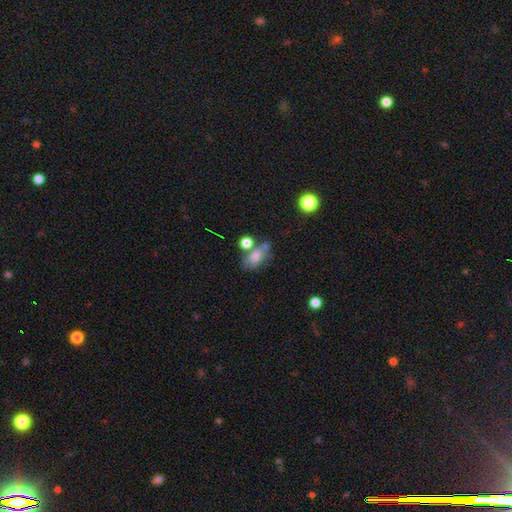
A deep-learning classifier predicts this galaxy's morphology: Q: Smooth or featured?
A: smooth (73%); runner-up: featured or disk (15%)
Q: How rounded?
A: in between (82%); runner-up: round (15%)
Q: Merging?
A: none (43%); runner-up: merger (27%)